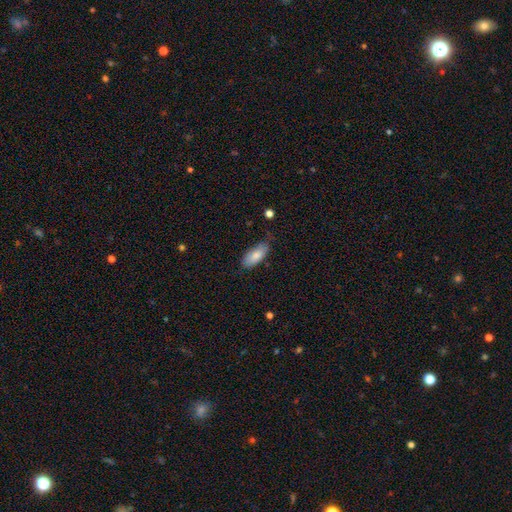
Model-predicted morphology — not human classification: Overall: smooth (82%). How rounded: in between (85%). Merging: none (63%; minor disturbance 30%).